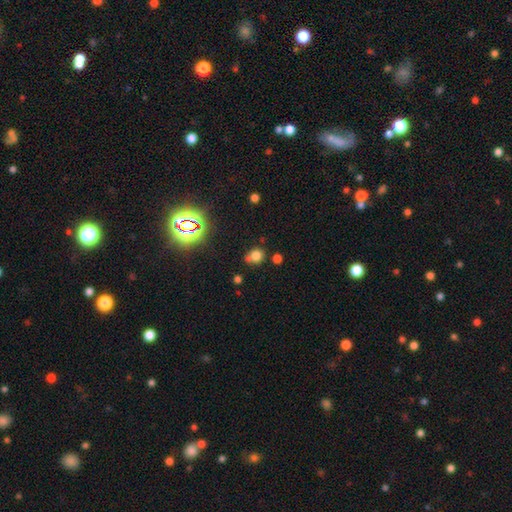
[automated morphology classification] Smooth or featured? smooth (72%)
How rounded? round (71%)
Merging? none (57%)